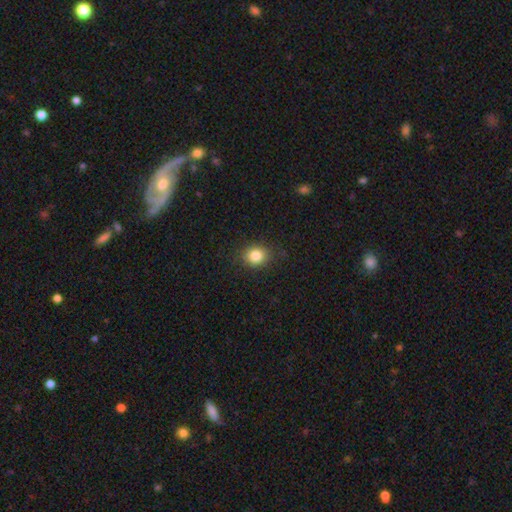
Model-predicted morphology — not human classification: type=smooth (83%); roundness=round (68%); merging=none (86%).